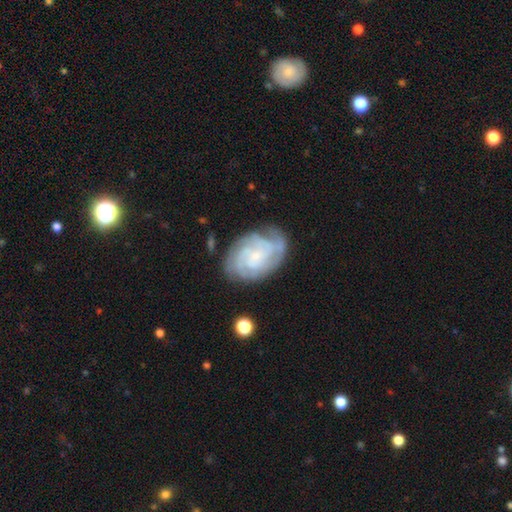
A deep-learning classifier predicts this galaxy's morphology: A featured or disk galaxy (82%) with no bar (67%), tight (69%) spiral arms (96%) and a small central bulge (71%).

Vote fractions:
- Smooth or featured? featured or disk: 82% / smooth: 12% / star or artifact: 6%
- Edge-on disk? no: 97% / yes: 3%
- Bar? no: 67% / weak: 28% / strong: 5%
- Spiral arms? yes: 96% / no: 4%
- Spiral winding? tight: 69% / medium: 26% / loose: 5%
- Spiral arm count? can't tell: 30% / 3: 23% / 4: 21% / 2: 13% / more than 4: 7% / 1: 6%
- Bulge size? small: 71% / moderate: 16% / none: 11% / large: 2% / dominant: 1%
- Merging? none: 72% / minor disturbance: 19% / major disturbance: 7% / merger: 2%